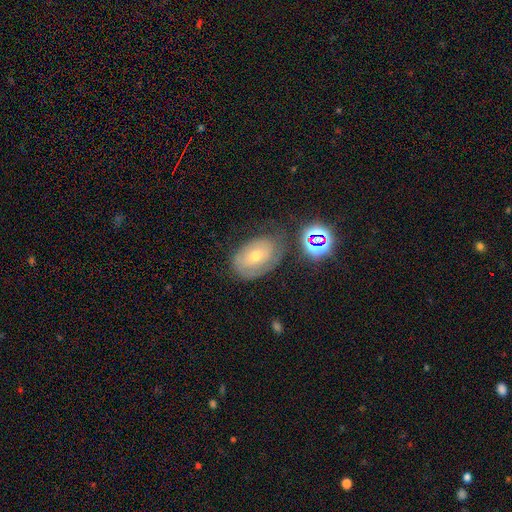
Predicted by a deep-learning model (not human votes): smooth_or_featured: featured or disk (p=0.49) [alt: smooth p=0.38]
merging: none (p=0.59) [alt: minor disturbance p=0.26]